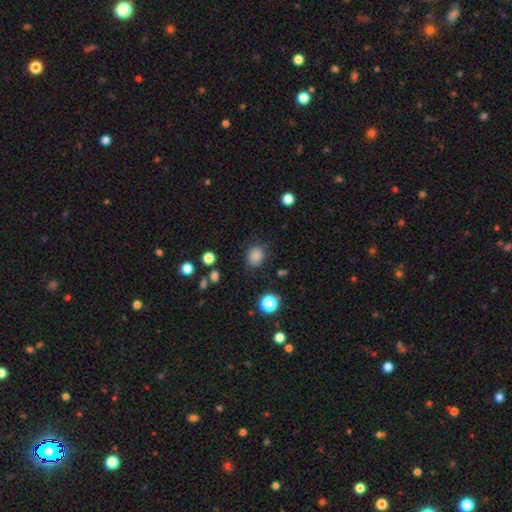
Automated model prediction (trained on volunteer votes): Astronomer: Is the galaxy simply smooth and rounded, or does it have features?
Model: smooth — 83%.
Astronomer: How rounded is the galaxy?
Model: round — 66%.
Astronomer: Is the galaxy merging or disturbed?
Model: none — 81%.